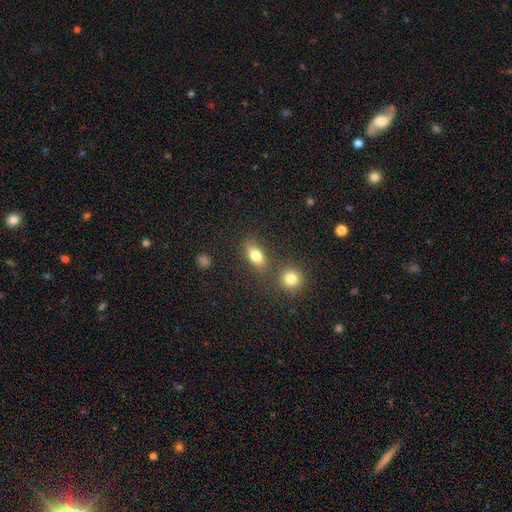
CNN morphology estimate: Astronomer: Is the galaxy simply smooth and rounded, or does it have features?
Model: smooth — 79%.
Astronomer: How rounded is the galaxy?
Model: in between — 78%.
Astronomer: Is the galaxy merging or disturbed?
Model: none — 74%.